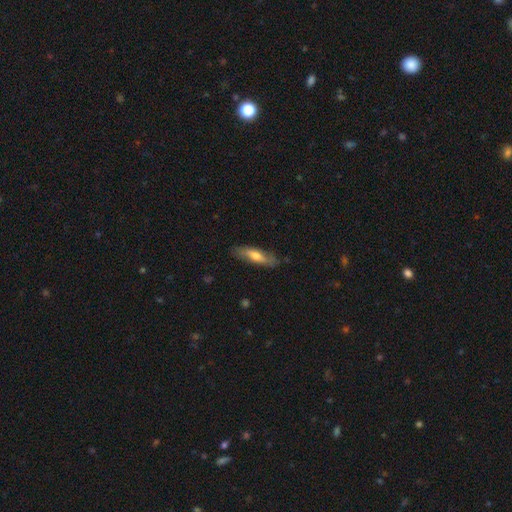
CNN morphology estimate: The model was most divided on "smooth or featured": smooth: 56%, featured or disk: 38%, star or artifact: 6%. More confident: merging — none (79%); how rounded — cigar-shaped (63%).